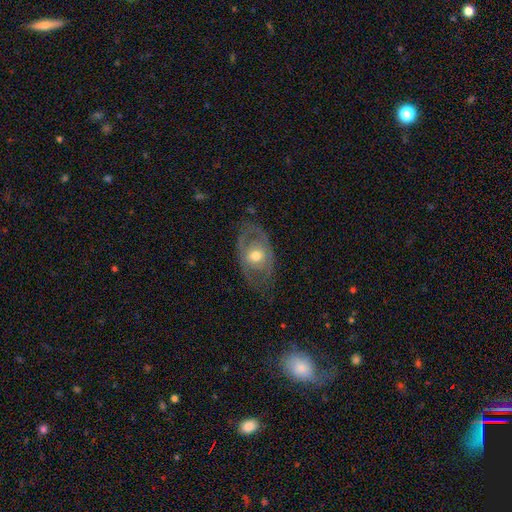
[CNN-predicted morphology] Q: Smooth or featured?
A: featured or disk (64%); runner-up: smooth (30%)
Q: Edge-on disk?
A: no (91%); runner-up: yes (9%)
Q: Bar?
A: no (77%); runner-up: weak (18%)
Q: Spiral arms?
A: no (62%); runner-up: yes (38%)
Q: Bulge size?
A: moderate (70%); runner-up: small (19%)
Q: Merging?
A: none (70%); runner-up: minor disturbance (18%)